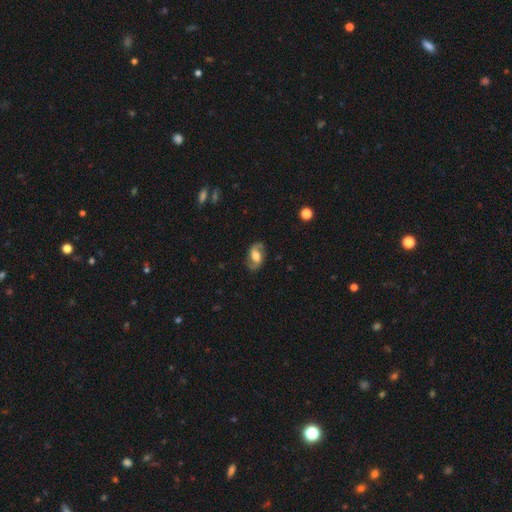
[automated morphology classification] The model was most divided on "spiral winding": medium: 48%, loose: 39%, tight: 13%. Remaining: edge-on disk — no (97%); spiral arms — yes (94%); spiral arm count — 2 (93%); merging — none (82%); smooth or featured — featured or disk (81%); bulge size — moderate (47%); bar — weak (46%).